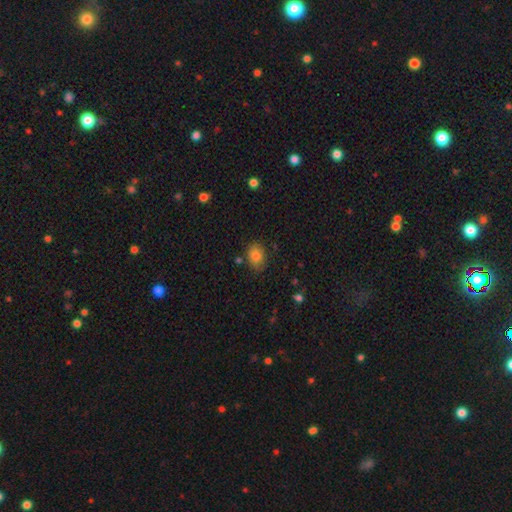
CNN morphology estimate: This is clearly a smooth galaxy (81%). How rounded: likely in between (64%). Merging: likely none (79%).